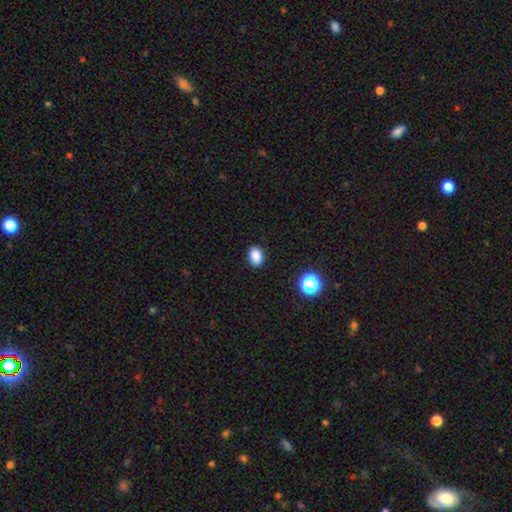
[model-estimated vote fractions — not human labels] Q: Smooth or featured?
A: smooth (86%); runner-up: star or artifact (11%)
Q: How rounded?
A: in between (75%); runner-up: round (23%)
Q: Merging?
A: none (88%); runner-up: minor disturbance (9%)